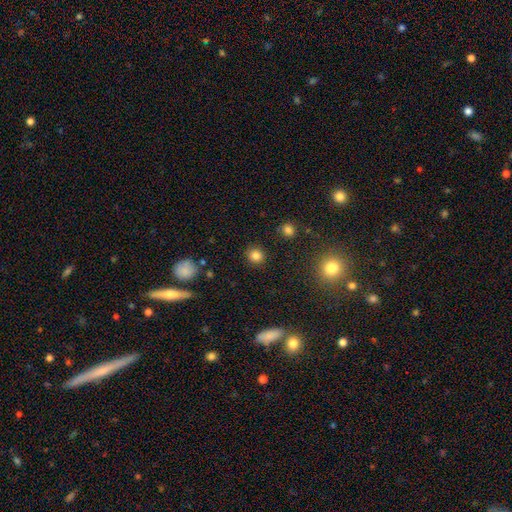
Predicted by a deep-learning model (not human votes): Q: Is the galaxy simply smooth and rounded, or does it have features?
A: smooth — 83%.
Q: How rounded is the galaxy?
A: round — 83%.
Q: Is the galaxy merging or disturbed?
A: none — 89%.